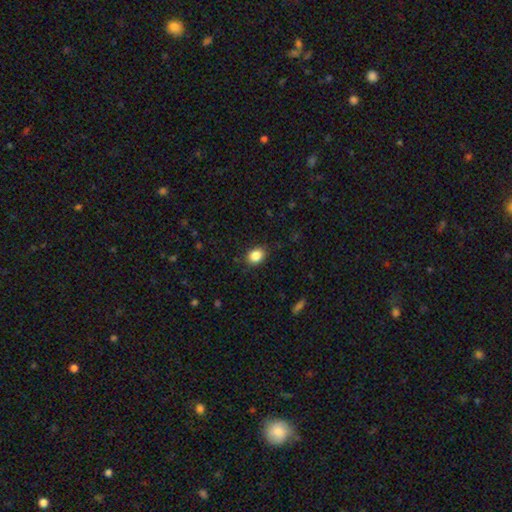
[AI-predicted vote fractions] A smooth galaxy with no disk features (86%) that is in between round and cigar-shaped (56%). Merging: none (86%).